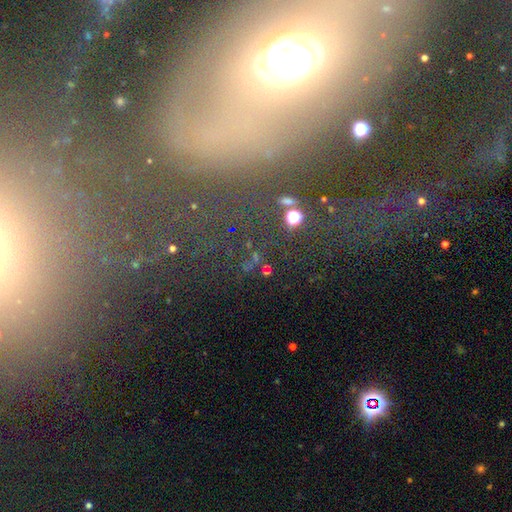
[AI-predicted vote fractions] star or artifact 60%, smooth 22%, featured or disk 18%.